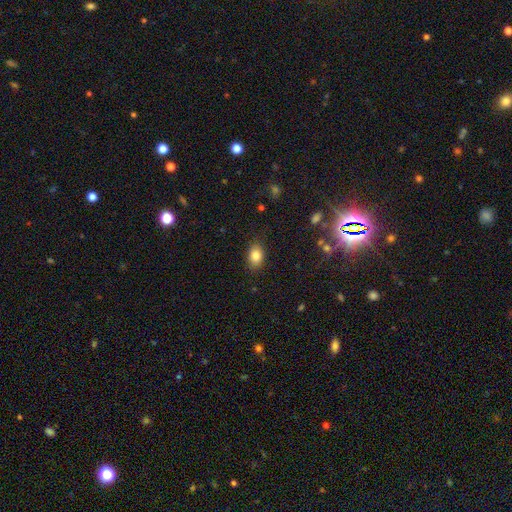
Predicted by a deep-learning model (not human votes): This appears to be a smooth galaxy with no disk features (83%) that is in between round and cigar-shaped (80%). Merging: none (85%).